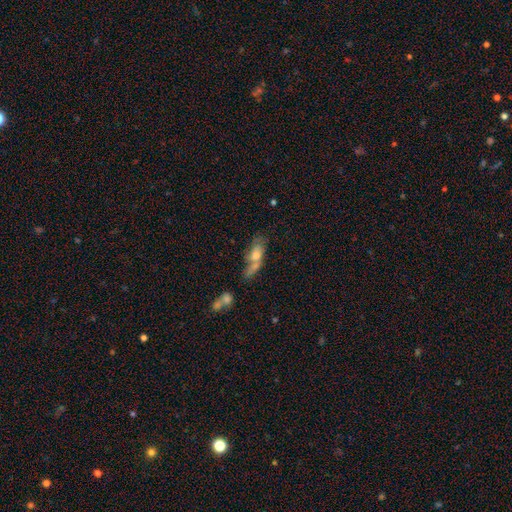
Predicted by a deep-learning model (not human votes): smooth-or-featured: smooth: 58% | featured or disk: 32% | star or artifact: 10%
  how-rounded: in between: 62% | cigar-shaped: 32% | round: 6%
  merging: merger: 37% | none: 31% | minor disturbance: 18% | major disturbance: 14%